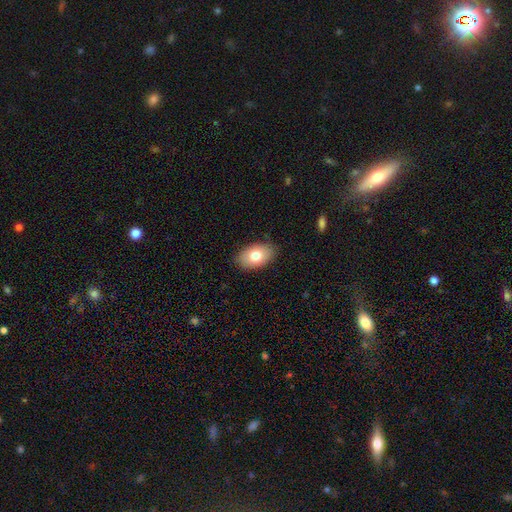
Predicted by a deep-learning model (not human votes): Q: Smooth or featured?
A: smooth (80%); runner-up: featured or disk (13%)
Q: How rounded?
A: in between (92%); runner-up: round (7%)
Q: Merging?
A: none (86%); runner-up: minor disturbance (11%)